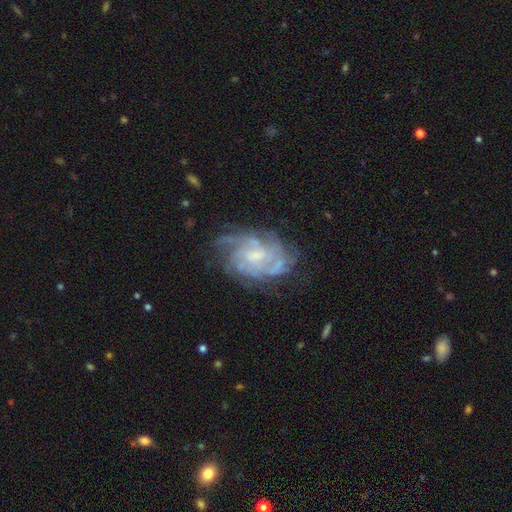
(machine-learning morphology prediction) A featured or disk galaxy (82%) with a weak bar (46%), tight (54%) spiral arms (92%) and a small central bulge (40%). Merging: none (63%).